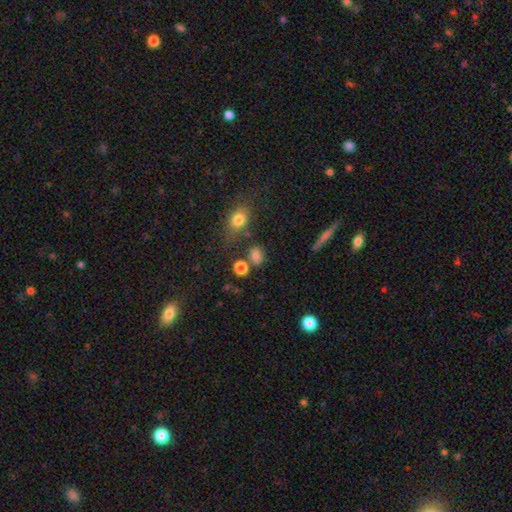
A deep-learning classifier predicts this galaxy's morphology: Q: Smooth or featured?
A: smooth (78%); runner-up: star or artifact (14%)
Q: How rounded?
A: in between (50%); runner-up: round (48%)
Q: Merging?
A: none (69%); runner-up: minor disturbance (14%)